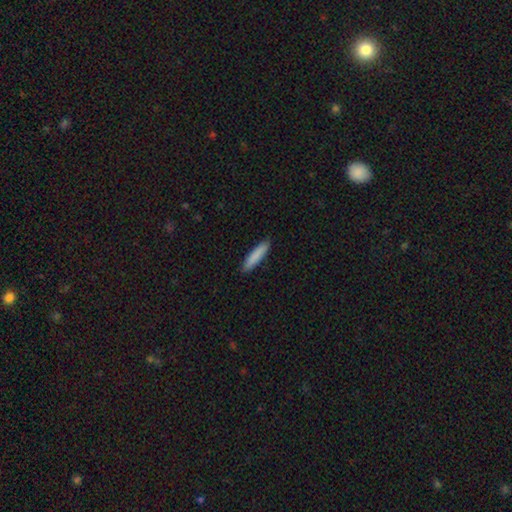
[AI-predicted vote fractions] smooth 87%, featured or disk 8%, star or artifact 6%. Down the decision tree: how rounded — cigar-shaped (86%); merging — none (90%).